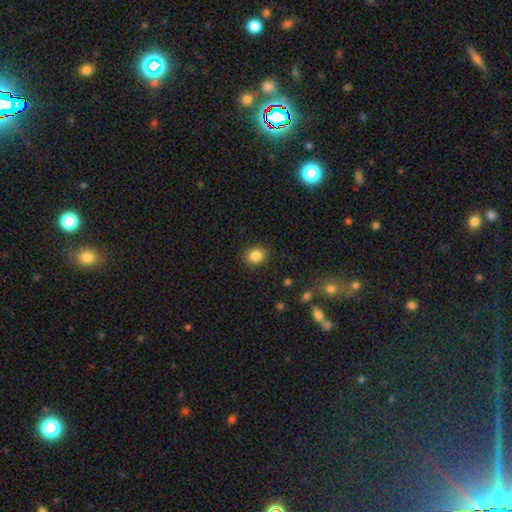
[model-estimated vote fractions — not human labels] This appears to be a smooth galaxy with no disk features (85%) that is round (70%). Merging: none (89%).